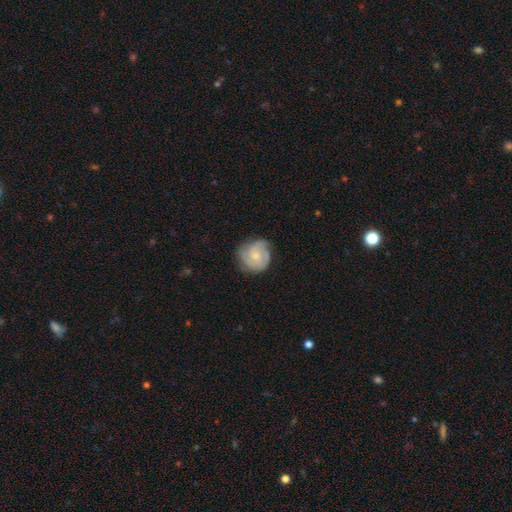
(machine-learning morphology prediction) A featured or disk galaxy (65%) with no bar (76%), 3 (41%) tight (55%) spiral arms (91%) and a small central bulge (57%). Merging: none (68%).